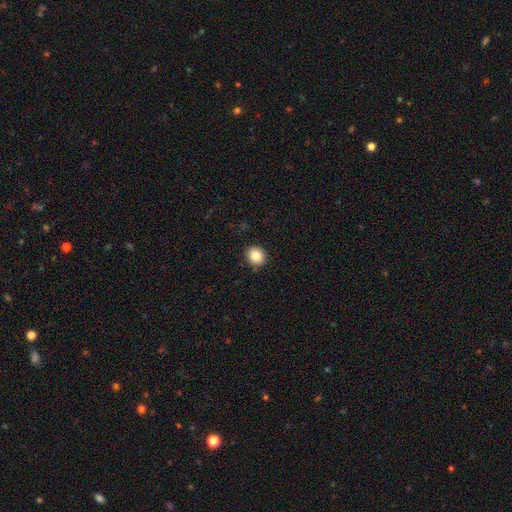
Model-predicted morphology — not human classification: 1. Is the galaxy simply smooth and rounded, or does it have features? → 85% smooth, 9% star or artifact, 5% featured or disk.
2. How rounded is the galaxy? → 75% round, 24% in between, 1% cigar-shaped.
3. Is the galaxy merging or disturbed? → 90% none, 8% minor disturbance, 2% major disturbance, 1% merger.